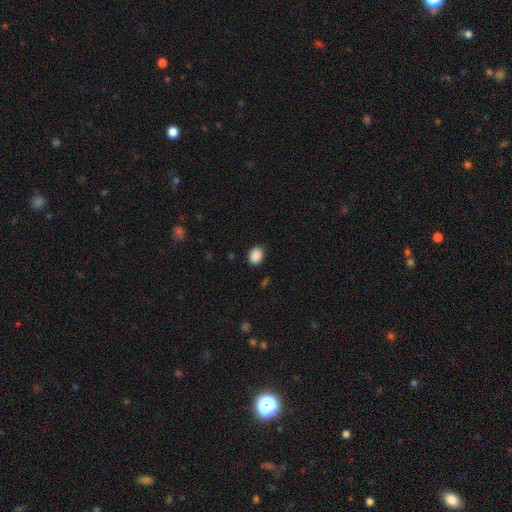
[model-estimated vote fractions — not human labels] This appears to be a smooth galaxy with no disk features (89%) that is in between round and cigar-shaped (65%). Merging: none (86%).